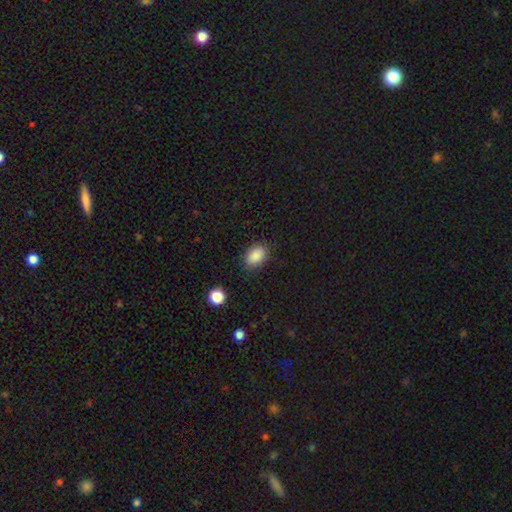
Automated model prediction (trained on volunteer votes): This appears to be a smooth galaxy with no disk features (88%) that is in between round and cigar-shaped (83%). Merging: none (83%).